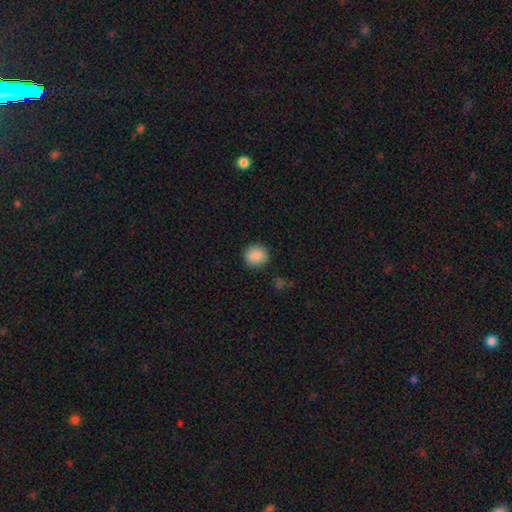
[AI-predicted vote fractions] This is clearly a smooth galaxy (89%). How rounded: clearly round (86%). Merging: clearly none (87%).